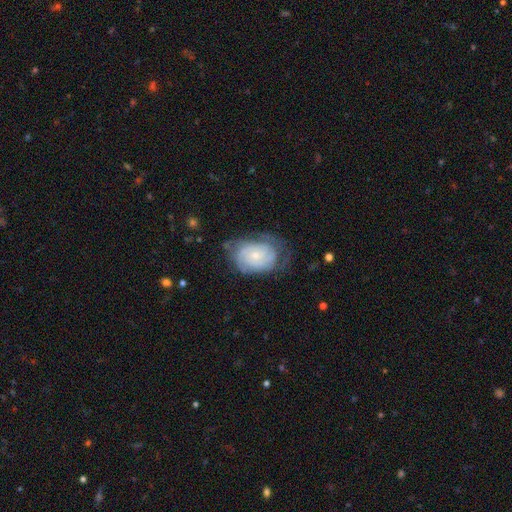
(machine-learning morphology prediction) smooth_or_featured: featured or disk (p=0.75) [alt: smooth p=0.19]
disk_edge_on: no (p=0.97) [alt: yes p=0.03]
bar: no (p=0.76) [alt: weak p=0.21]
has_spiral_arms: yes (p=0.91) [alt: no p=0.09]
spiral_winding: tight (p=0.67) [alt: medium p=0.25]
spiral_arm_count: can't tell (p=0.41) [alt: 2 p=0.25]
bulge_size: small (p=0.67) [alt: moderate p=0.28]
merging: none (p=0.58) [alt: minor disturbance p=0.26]